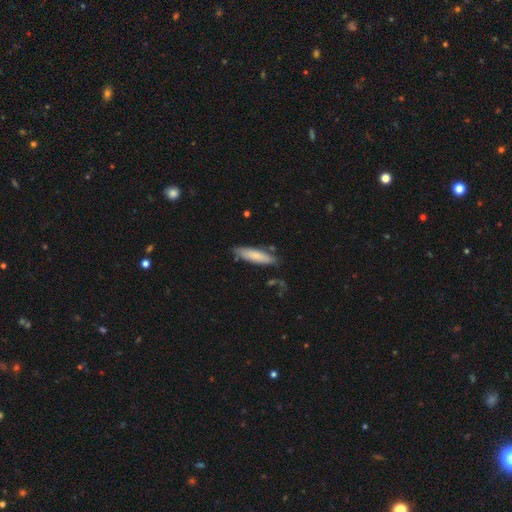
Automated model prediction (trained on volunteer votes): Morphology: type=smooth (79%); roundness=cigar-shaped (70%); merging=none (79%).